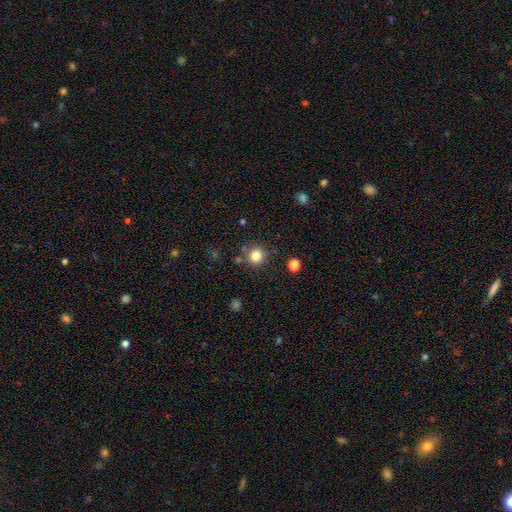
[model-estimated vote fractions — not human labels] A smooth galaxy with no disk features (82%) that is round (90%).

Vote fractions:
- Smooth or featured? smooth: 82% / star or artifact: 12% / featured or disk: 6%
- How rounded? round: 90% / in between: 9% / cigar-shaped: 1%
- Merging? none: 83% / minor disturbance: 9% / merger: 5% / major disturbance: 3%